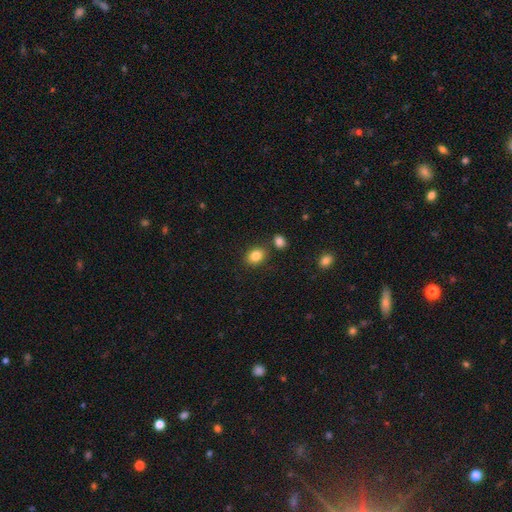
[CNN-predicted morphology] Smooth or featured?
  - smooth: 84% *
  - star or artifact: 10%
  - featured or disk: 6%
How rounded?
  - in between: 62% *
  - round: 37%
  - cigar-shaped: 1%
Merging?
  - none: 79% *
  - minor disturbance: 10%
  - merger: 8%
  - major disturbance: 3%